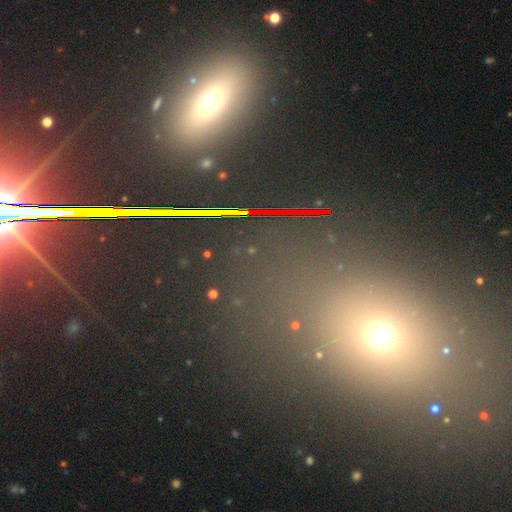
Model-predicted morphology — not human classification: This is possibly a star or artifact rather than a galaxy (50%).